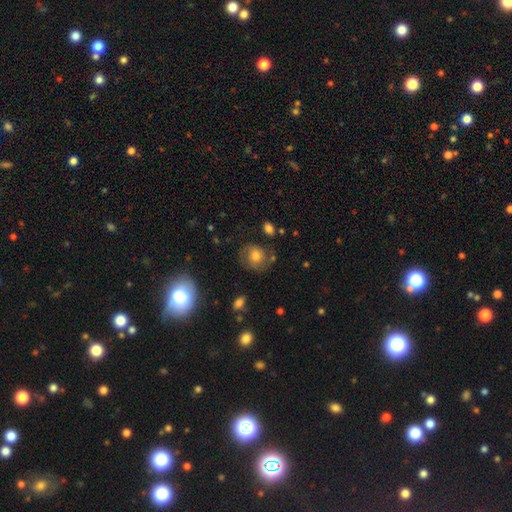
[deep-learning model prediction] A smooth galaxy with no disk features (52%) that is round (75%). Merging: none (69%).